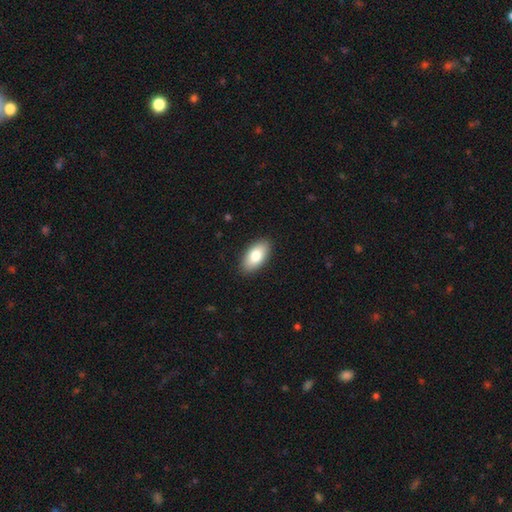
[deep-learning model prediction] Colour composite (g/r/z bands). It shows a smooth galaxy with no disk features (81%) that is in between round and cigar-shaped (94%). Merging: none (89%).